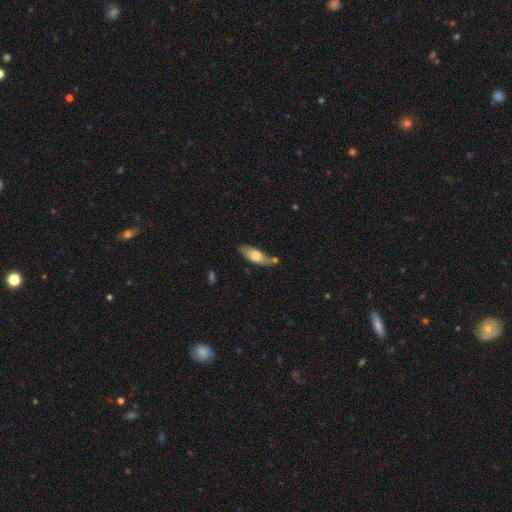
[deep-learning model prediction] Smooth or featured?
  - smooth: 65% *
  - featured or disk: 29%
  - star or artifact: 6%
How rounded?
  - in between: 69% *
  - cigar-shaped: 29%
  - round: 2%
Merging?
  - none: 59% *
  - minor disturbance: 23%
  - merger: 13%
  - major disturbance: 5%